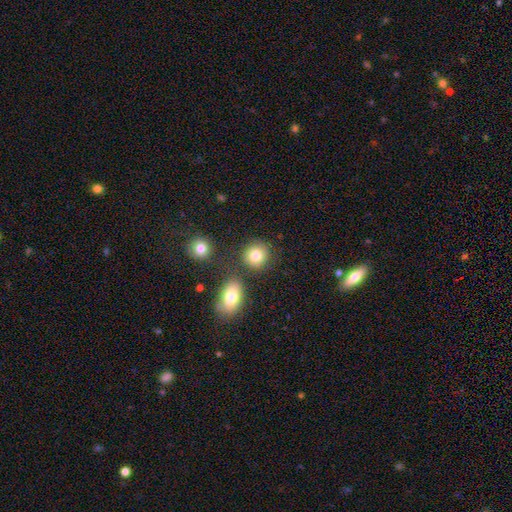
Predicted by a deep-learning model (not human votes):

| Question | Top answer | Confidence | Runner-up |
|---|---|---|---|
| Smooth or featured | smooth | 83% | star or artifact (10%) |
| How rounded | round | 82% | in between (17%) |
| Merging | none | 77% | merger (10%) |